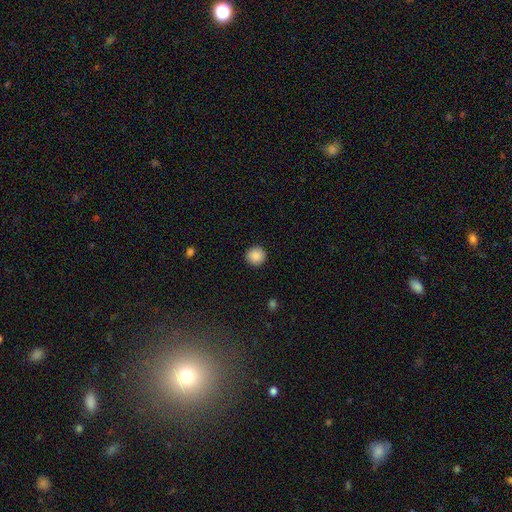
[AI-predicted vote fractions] Q: Smooth or featured?
A: smooth (88%); runner-up: star or artifact (9%)
Q: How rounded?
A: round (95%); runner-up: in between (4%)
Q: Merging?
A: none (93%); runner-up: minor disturbance (5%)